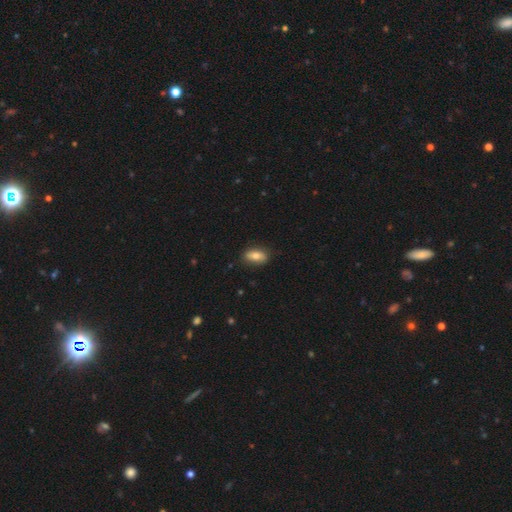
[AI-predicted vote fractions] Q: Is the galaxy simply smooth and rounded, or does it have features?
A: smooth — 76%.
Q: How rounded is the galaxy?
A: in between — 85%.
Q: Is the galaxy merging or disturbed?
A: none — 82%.